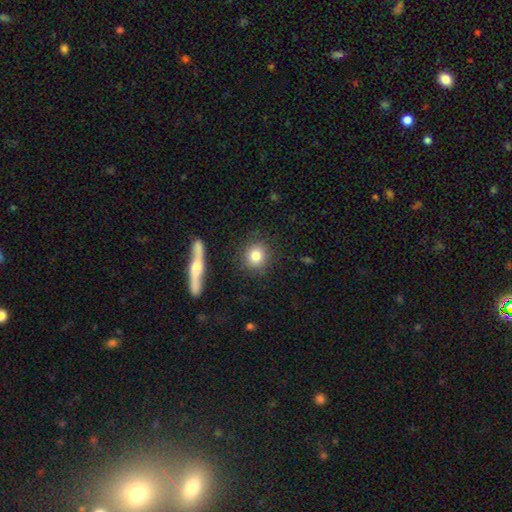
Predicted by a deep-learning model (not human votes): The model was most divided on "smooth or featured": smooth: 82%, featured or disk: 10%, star or artifact: 8%. More confident: merging — none (87%); how rounded — round (87%).